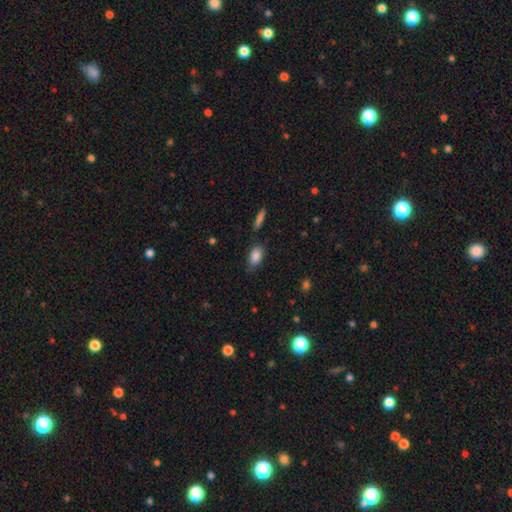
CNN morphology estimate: Smooth or featured? smooth (86%)
How rounded? in between (89%)
Merging? none (77%)